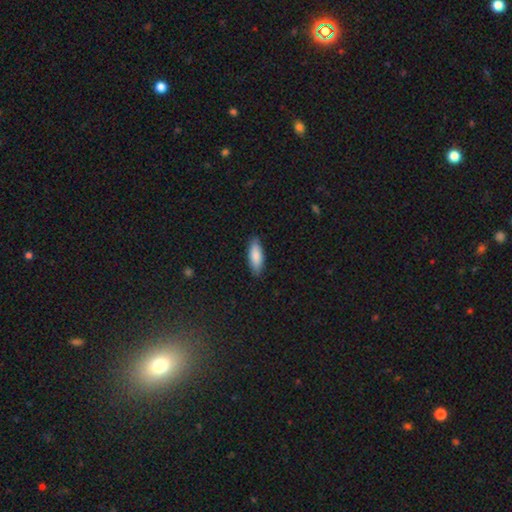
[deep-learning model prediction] Smooth or featured? Predicted: smooth (p=0.86). How rounded? Predicted: in between (p=0.70). Merging? Predicted: none (p=0.87).